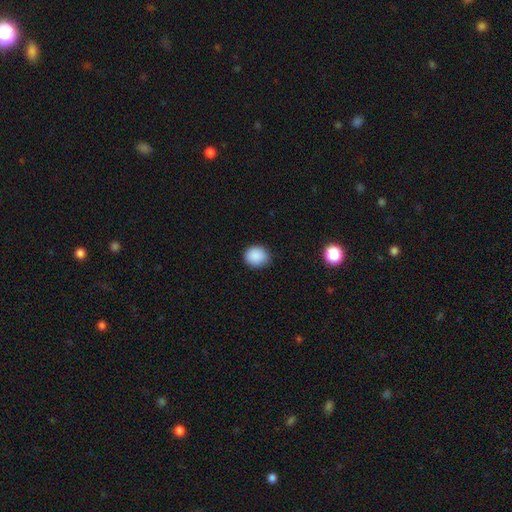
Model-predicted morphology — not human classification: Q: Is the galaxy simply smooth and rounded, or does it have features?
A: smooth — 89%.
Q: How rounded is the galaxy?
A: round — 73%.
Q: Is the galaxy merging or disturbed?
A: none — 86%.